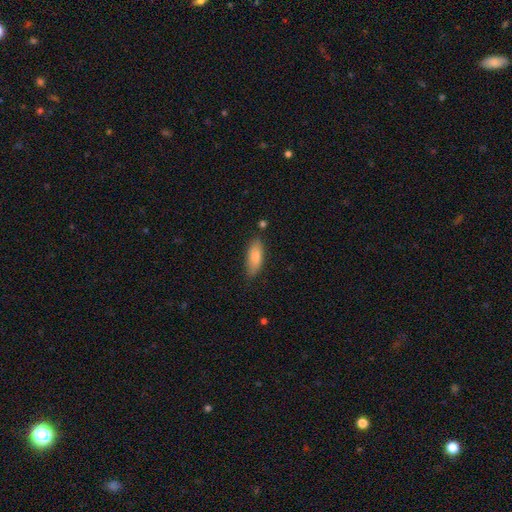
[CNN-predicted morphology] Overall: smooth (81%). How rounded: in between (70%). Merging: none (78%).